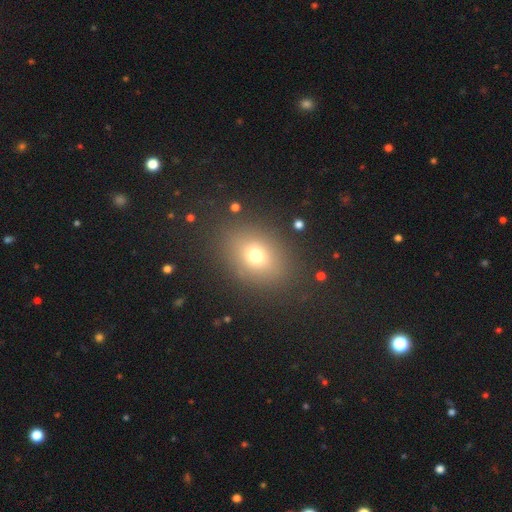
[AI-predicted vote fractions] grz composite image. It shows a smooth galaxy with no disk features (70%) that is in between round and cigar-shaped (58%). Merging: none (83%).